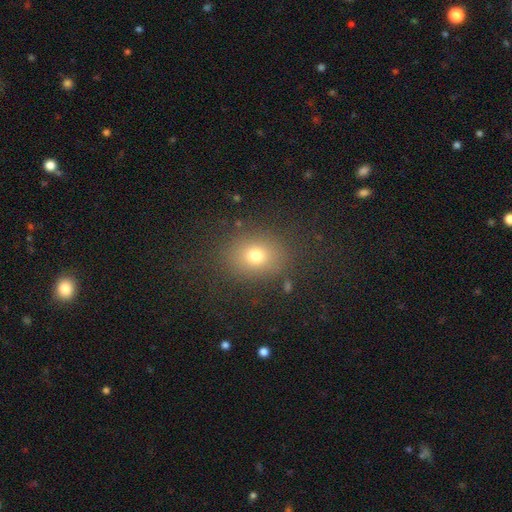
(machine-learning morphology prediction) This appears to be a smooth galaxy with no disk features (73%) that is round (60%). Merging: none (84%).